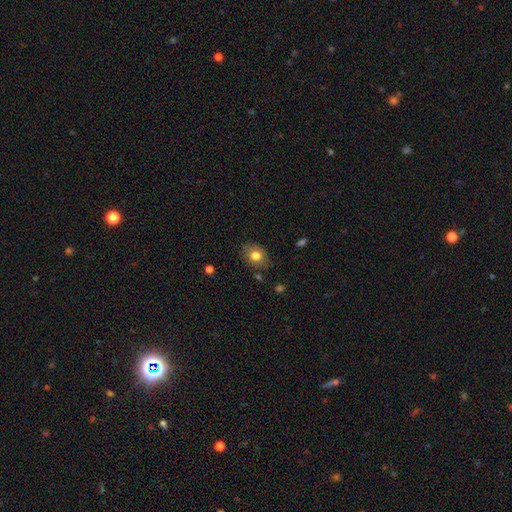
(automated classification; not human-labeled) This is likely a smooth galaxy (77%). How rounded: likely in between (62%). Merging: likely none (79%).